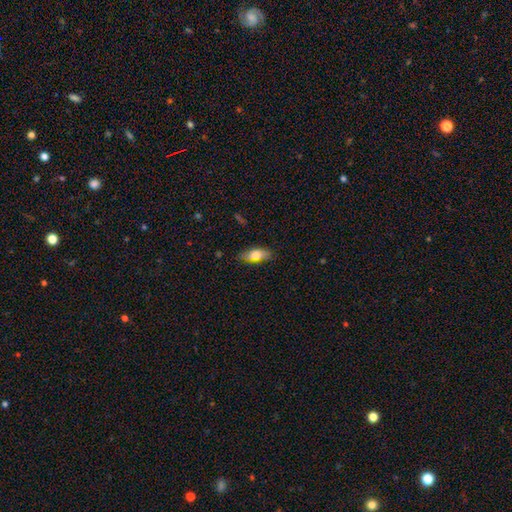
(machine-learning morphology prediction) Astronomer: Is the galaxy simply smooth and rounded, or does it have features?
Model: smooth — 71%.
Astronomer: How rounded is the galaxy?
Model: in between — 75%.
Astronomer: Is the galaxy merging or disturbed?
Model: none — 81%.